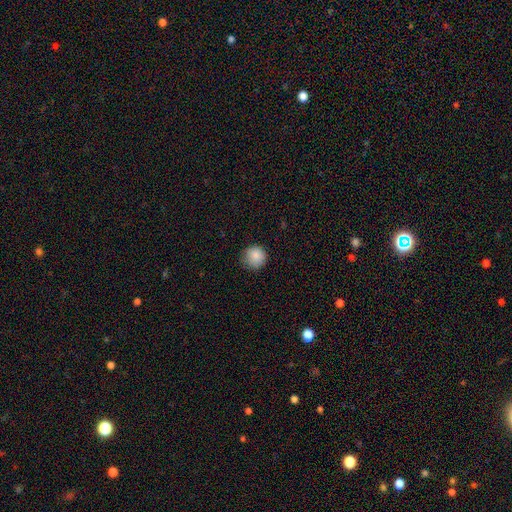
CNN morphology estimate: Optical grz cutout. It shows a smooth galaxy with no disk features (87%) that is round (93%). Merging: none (79%).